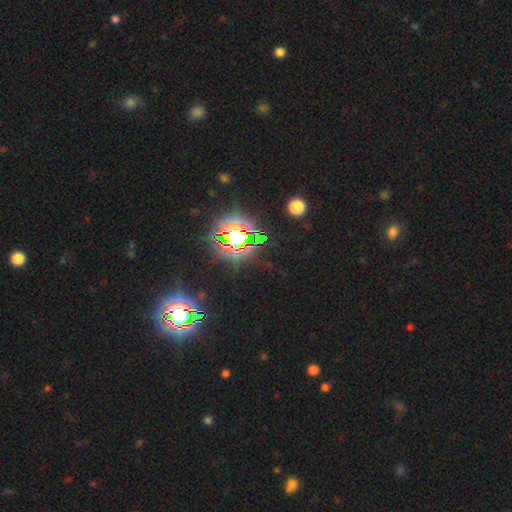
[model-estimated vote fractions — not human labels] Smooth or featured: star or artifact — 81% (smooth — 12%)